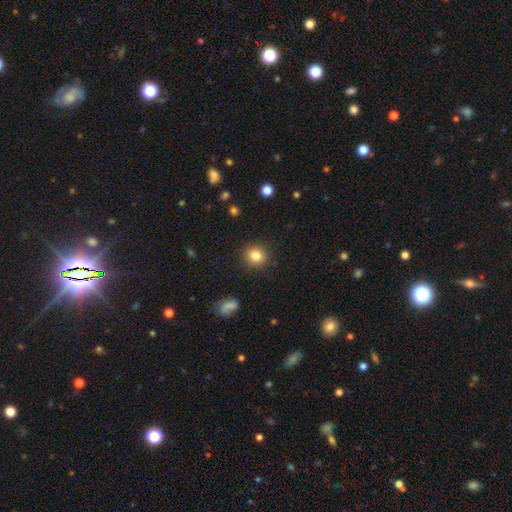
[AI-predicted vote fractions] smooth 84%, star or artifact 10%, featured or disk 6%. Down the decision tree: how rounded — round (87%); merging — none (89%).